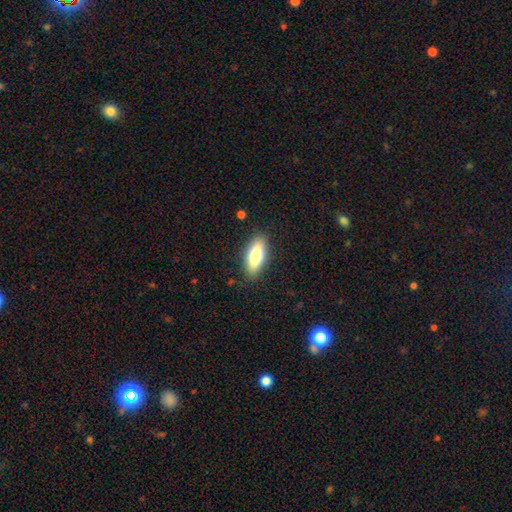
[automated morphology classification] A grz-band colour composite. It shows a smooth galaxy with no disk features (74%) that is in between round and cigar-shaped (74%). Merging: none (87%).